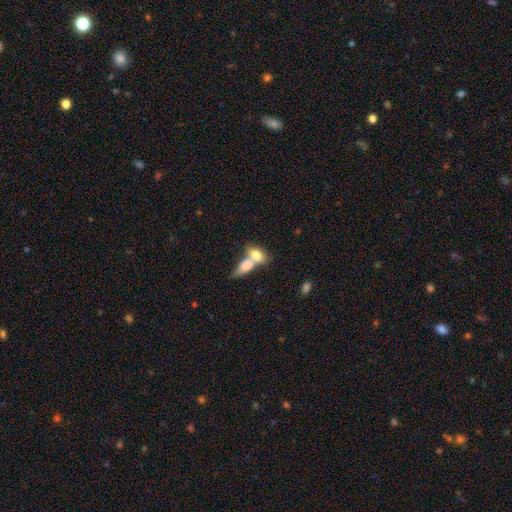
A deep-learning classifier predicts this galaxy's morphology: Q: Smooth or featured?
A: smooth (77%); runner-up: featured or disk (16%)
Q: How rounded?
A: in between (84%); runner-up: round (10%)
Q: Merging?
A: merger (71%); runner-up: none (18%)